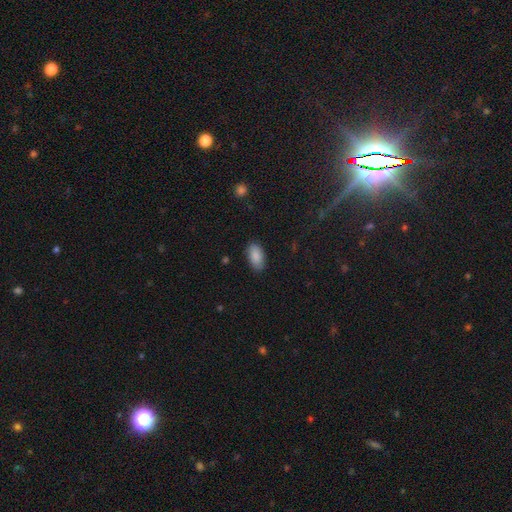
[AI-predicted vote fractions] Smooth or featured? smooth (88%)
How rounded? in between (94%)
Merging? none (86%)